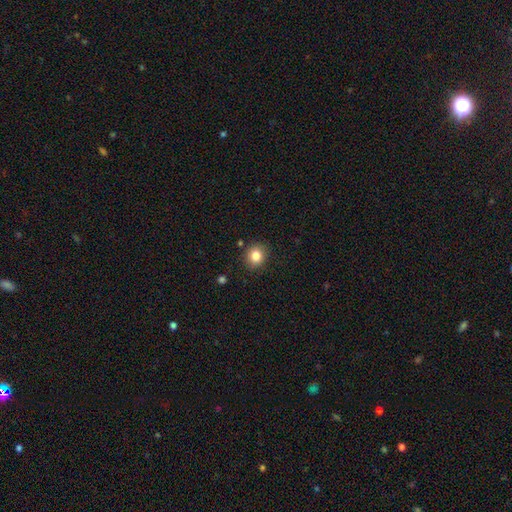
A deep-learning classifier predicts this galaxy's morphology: Overall: smooth (82%). How rounded: round (74%). Merging: none (86%).